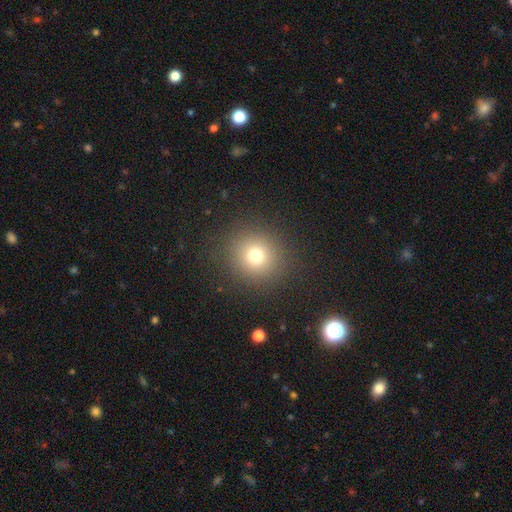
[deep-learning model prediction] A smooth galaxy with no disk features (73%) that is round (90%).

Vote fractions:
- Smooth or featured? smooth: 73% / star or artifact: 17% / featured or disk: 10%
- How rounded? round: 90% / in between: 9% / cigar-shaped: 1%
- Merging? none: 88% / minor disturbance: 7% / major disturbance: 4% / merger: 1%